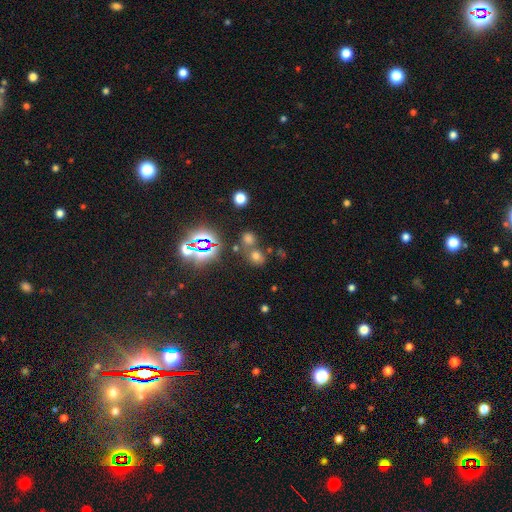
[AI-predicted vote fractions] Smooth or featured? smooth (55%)
How rounded? round (70%)
Merging? none (59%)